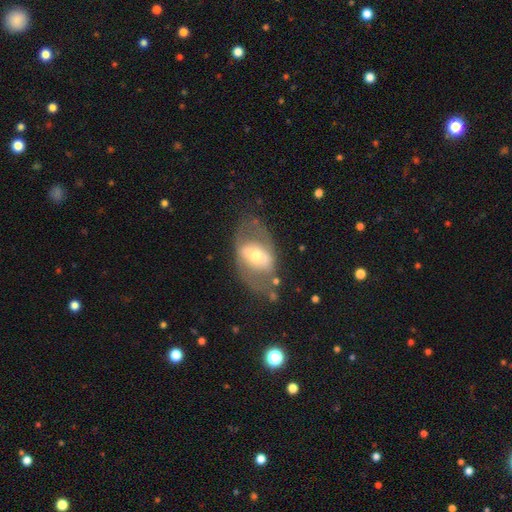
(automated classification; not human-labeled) smooth_or_featured: featured or disk (p=0.64) [alt: smooth p=0.29]
disk_edge_on: no (p=0.92) [alt: yes p=0.08]
bar: no (p=0.36) [alt: weak p=0.33]
has_spiral_arms: no (p=0.57) [alt: yes p=0.43]
bulge_size: moderate (p=0.62) [alt: small p=0.25]
merging: none (p=0.63) [alt: minor disturbance p=0.19]